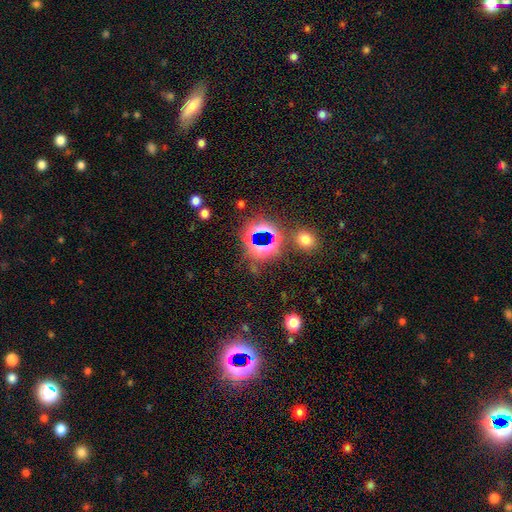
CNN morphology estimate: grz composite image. It shows a star or artifact, not a galaxy (74%).